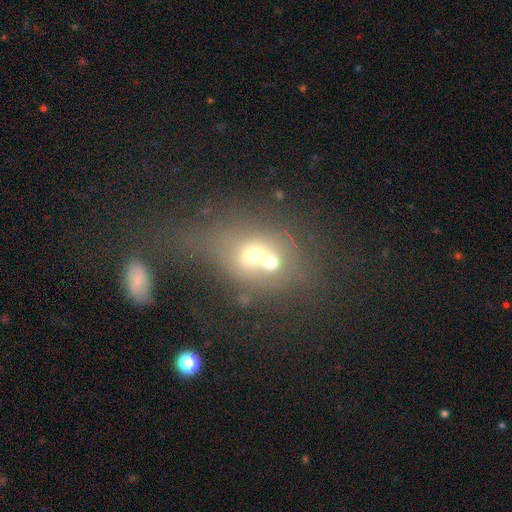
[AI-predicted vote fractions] Morphology: type=smooth (52%); roundness=round (55%); merging=merger (65%).